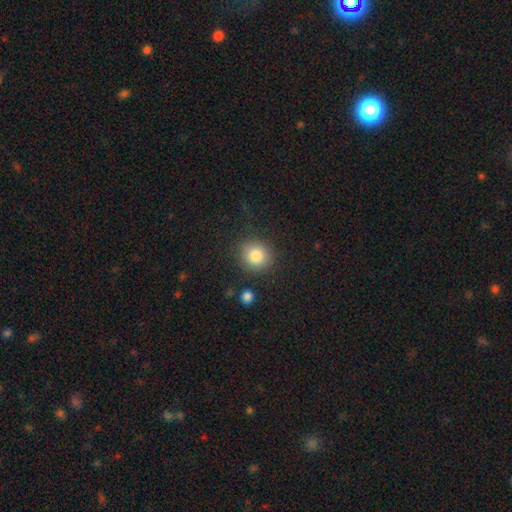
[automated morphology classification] This is clearly a smooth galaxy (83%). How rounded: clearly round (87%). Merging: clearly none (85%).